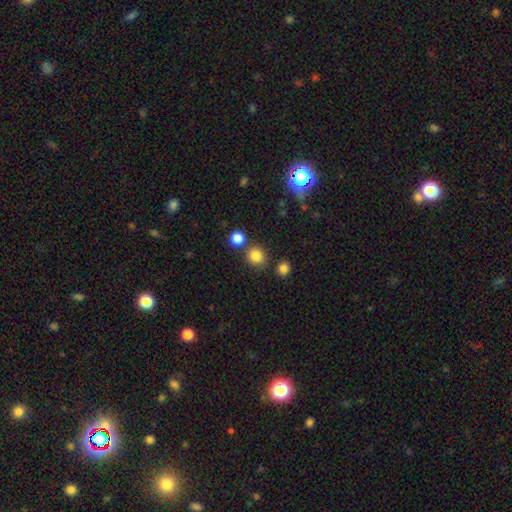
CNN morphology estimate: A smooth galaxy with no disk features (82%) that is round (87%).

Vote fractions:
- Smooth or featured? smooth: 82% / star or artifact: 13% / featured or disk: 5%
- How rounded? round: 87% / in between: 12% / cigar-shaped: 1%
- Merging? none: 79% / merger: 10% / minor disturbance: 8% / major disturbance: 3%